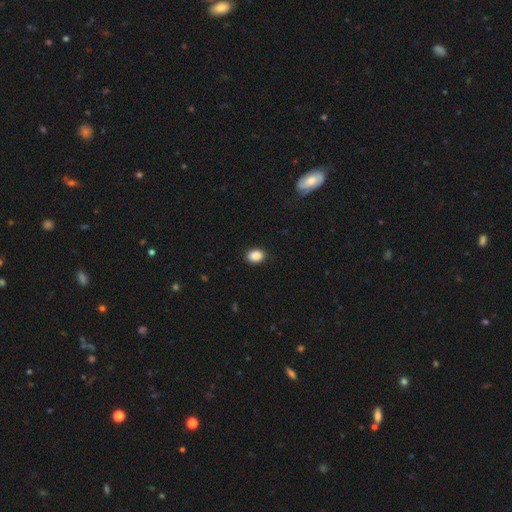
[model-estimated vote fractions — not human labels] smooth 89%, star or artifact 8%, featured or disk 3%. Down the decision tree: how rounded — in between (70%); merging — none (89%).